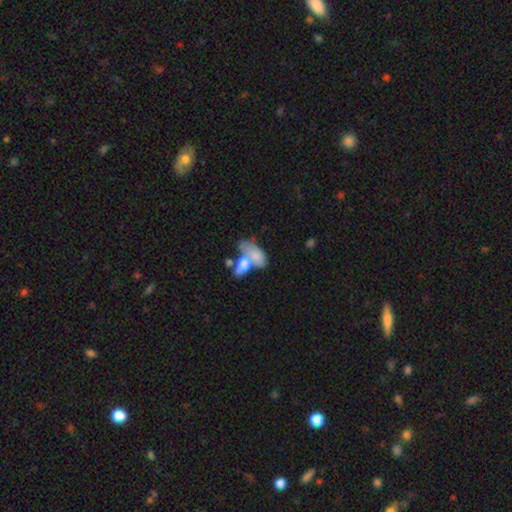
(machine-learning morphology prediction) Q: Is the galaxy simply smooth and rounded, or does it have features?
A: smooth — 66%.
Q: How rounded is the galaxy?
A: in between — 87%.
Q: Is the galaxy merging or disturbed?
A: merger — 59%.